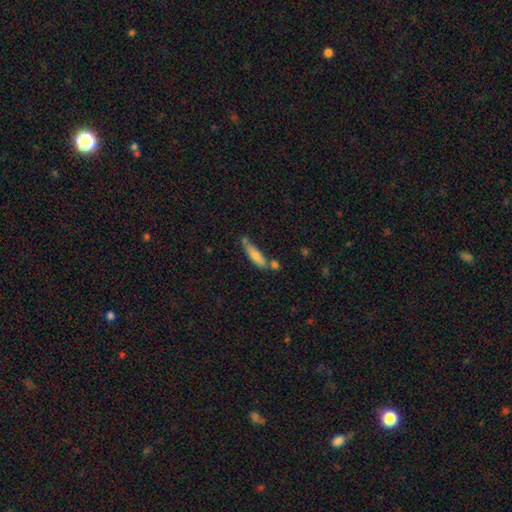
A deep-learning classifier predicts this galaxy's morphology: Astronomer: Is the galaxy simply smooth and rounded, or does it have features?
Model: smooth — 75%.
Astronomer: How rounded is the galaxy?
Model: cigar-shaped — 73%.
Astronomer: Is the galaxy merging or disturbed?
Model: none — 55%.